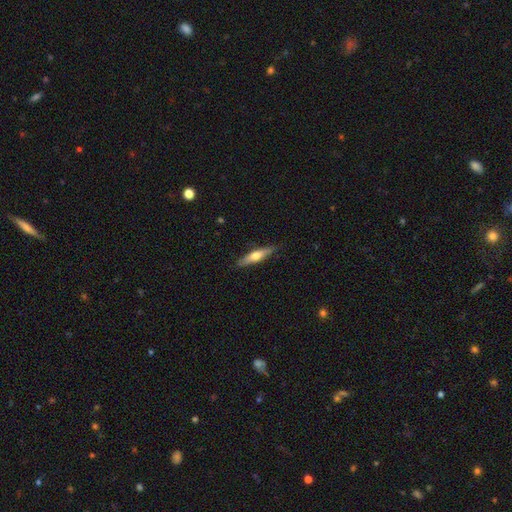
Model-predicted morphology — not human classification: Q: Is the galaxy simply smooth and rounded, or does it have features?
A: smooth — 50%.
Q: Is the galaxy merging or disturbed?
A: none — 86%.